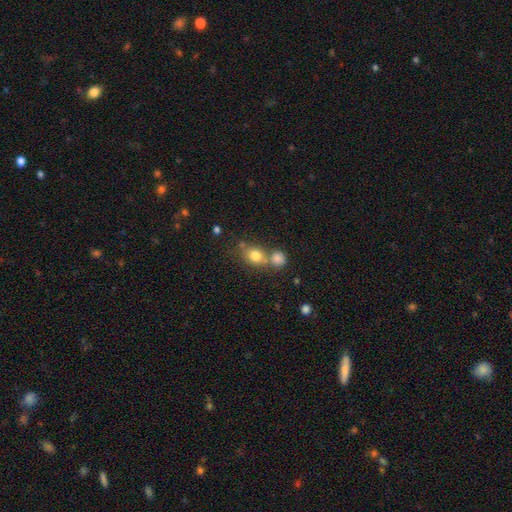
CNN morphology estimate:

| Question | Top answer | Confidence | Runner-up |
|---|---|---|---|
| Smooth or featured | smooth | 78% | featured or disk (11%) |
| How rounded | round | 51% | in between (48%) |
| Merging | none | 47% | merger (37%) |